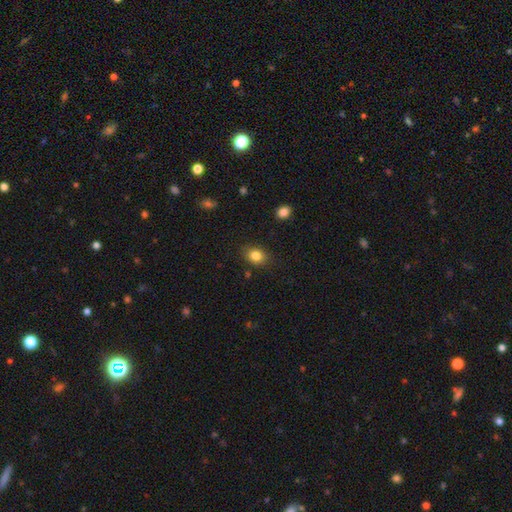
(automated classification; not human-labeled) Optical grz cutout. It shows a smooth galaxy with no disk features (84%) that is in between round and cigar-shaped (59%). Merging: none (84%).